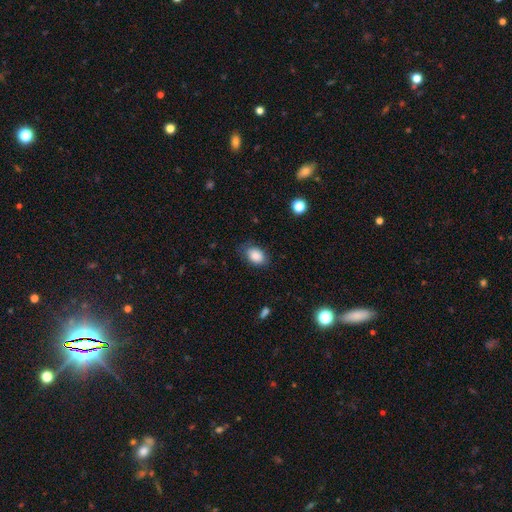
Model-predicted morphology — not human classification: type=smooth (87%); roundness=in between (83%); merging=none (75%).